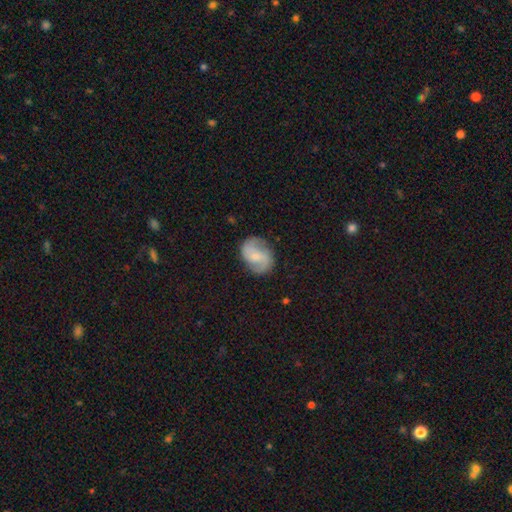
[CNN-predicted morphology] A featured or disk galaxy (70%) with a weak bar (46%), 2 (91%) medium (45%) spiral arms (94%) and a small central bulge (49%).

Vote fractions:
- Smooth or featured? featured or disk: 70% / smooth: 23% / star or artifact: 7%
- Edge-on disk? no: 98% / yes: 2%
- Bar? weak: 46% / no: 41% / strong: 13%
- Spiral arms? yes: 94% / no: 6%
- Spiral winding? medium: 45% / loose: 40% / tight: 16%
- Spiral arm count? 2: 91% / can't tell: 4% / 1: 2% / 3: 1% / 4: 1% / more than 4: 1%
- Bulge size? small: 49% / moderate: 31% / none: 15% / large: 3% / dominant: 1%
- Merging? none: 79% / minor disturbance: 15% / major disturbance: 5% / merger: 1%